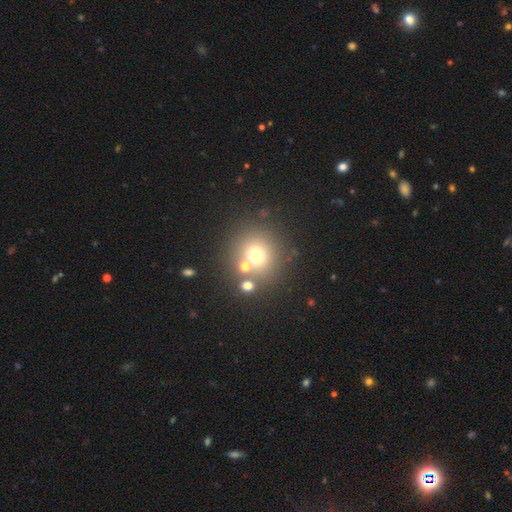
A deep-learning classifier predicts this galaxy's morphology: Q: Smooth or featured?
A: smooth (68%); runner-up: star or artifact (19%)
Q: How rounded?
A: round (89%); runner-up: in between (10%)
Q: Merging?
A: none (71%); runner-up: merger (16%)